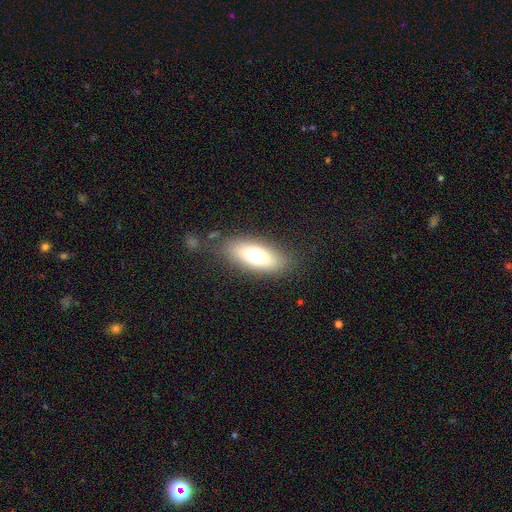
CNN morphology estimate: type=smooth (67%); roundness=in between (77%); merging=none (81%).